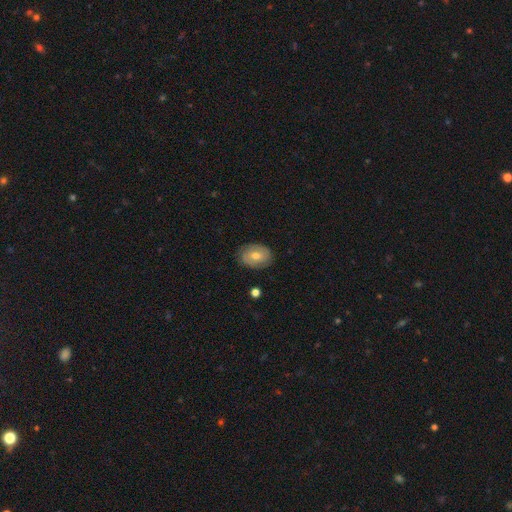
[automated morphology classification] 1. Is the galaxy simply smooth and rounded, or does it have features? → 49% featured or disk, 43% smooth, 8% star or artifact.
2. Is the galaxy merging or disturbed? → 82% none, 14% minor disturbance, 3% major disturbance, 1% merger.